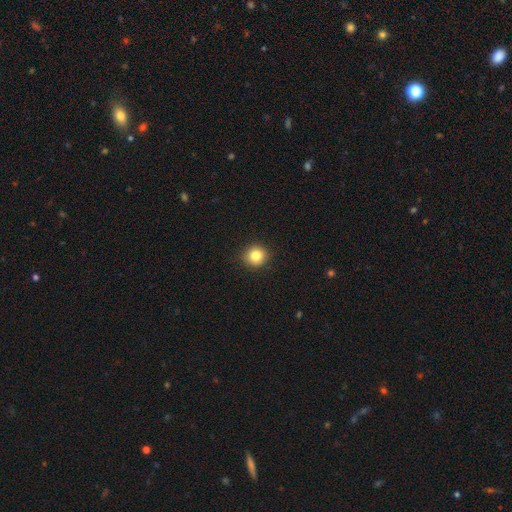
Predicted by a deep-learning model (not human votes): Smooth or featured?
  - smooth: 83% *
  - star or artifact: 11%
  - featured or disk: 6%
How rounded?
  - round: 91% *
  - in between: 8%
  - cigar-shaped: 1%
Merging?
  - none: 90% *
  - minor disturbance: 7%
  - major disturbance: 2%
  - merger: 1%